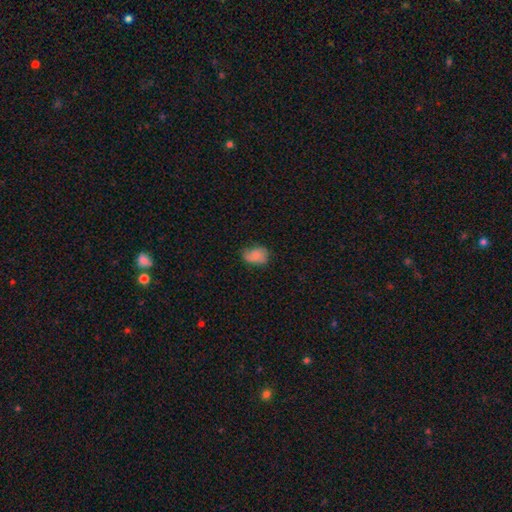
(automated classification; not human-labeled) Smooth or featured?
  - smooth: 81% *
  - featured or disk: 10%
  - star or artifact: 9%
How rounded?
  - in between: 76% *
  - round: 23%
  - cigar-shaped: 1%
Merging?
  - none: 57% *
  - minor disturbance: 33%
  - major disturbance: 8%
  - merger: 2%